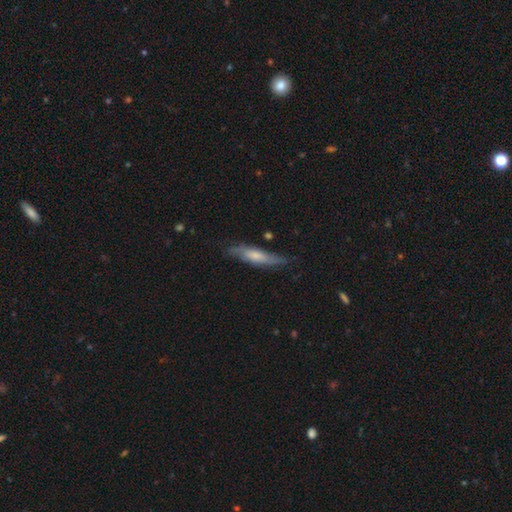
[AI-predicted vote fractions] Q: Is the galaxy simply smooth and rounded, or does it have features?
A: smooth — 52%.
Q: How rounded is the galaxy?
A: cigar-shaped — 75%.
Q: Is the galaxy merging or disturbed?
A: none — 69%.